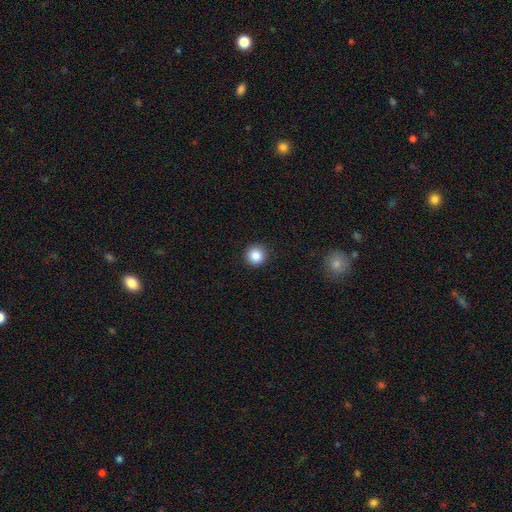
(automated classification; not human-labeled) Q: Smooth or featured?
A: smooth (87%); runner-up: star or artifact (10%)
Q: How rounded?
A: round (95%); runner-up: in between (4%)
Q: Merging?
A: none (92%); runner-up: minor disturbance (5%)